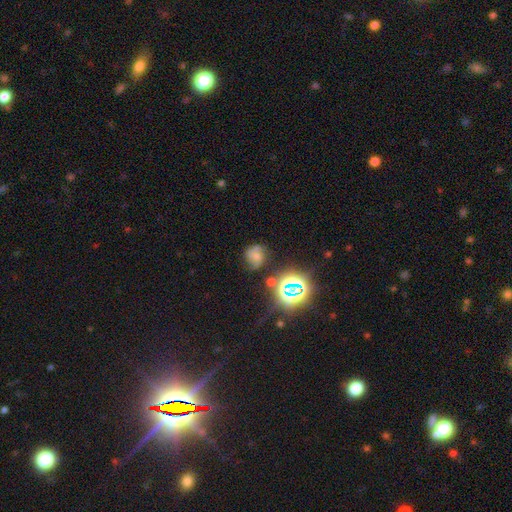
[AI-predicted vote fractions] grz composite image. It shows a featured or disk galaxy (38%, tied with smooth). Merging: none (55%).